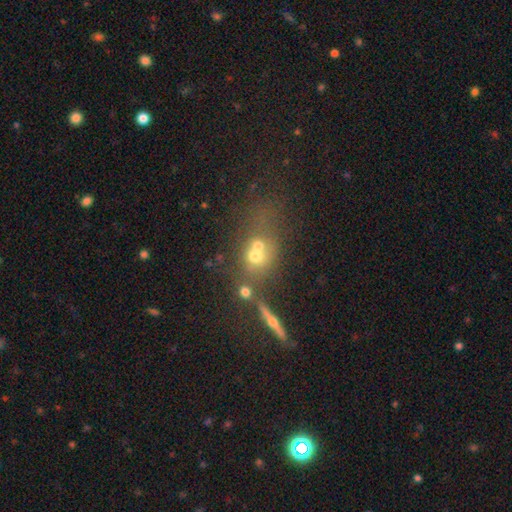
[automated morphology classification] Smooth or featured?
  - smooth: 53% *
  - featured or disk: 29%
  - star or artifact: 19%
How rounded?
  - round: 60% *
  - in between: 35%
  - cigar-shaped: 5%
Merging?
  - merger: 51% *
  - none: 32%
  - minor disturbance: 9%
  - major disturbance: 7%